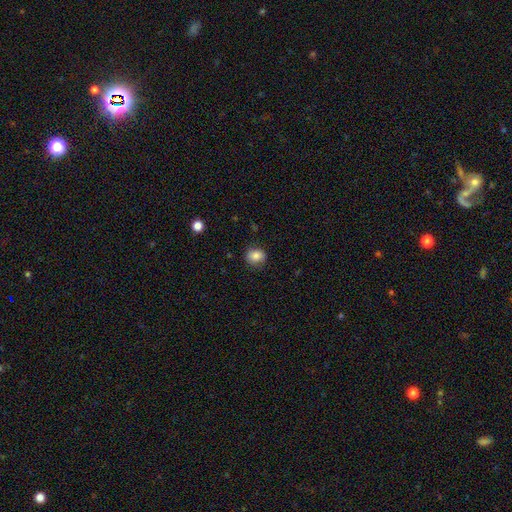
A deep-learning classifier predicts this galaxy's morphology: smooth-or-featured: smooth: 84% | star or artifact: 10% | featured or disk: 6%
  how-rounded: round: 70% | in between: 29% | cigar-shaped: 1%
  merging: none: 83% | minor disturbance: 13% | major disturbance: 3% | merger: 1%